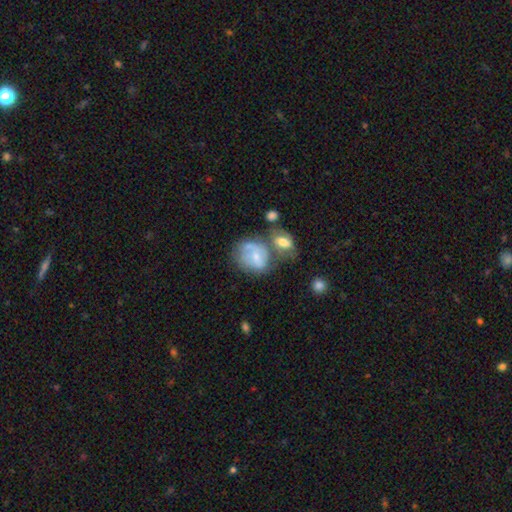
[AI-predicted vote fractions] Morphology: type=smooth (46%, tied with featured or disk); merging=merger (33%, tied with none).